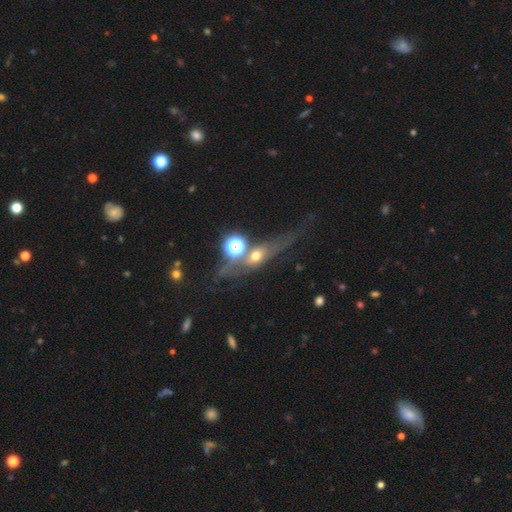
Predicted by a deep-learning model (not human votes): This appears to be a smooth galaxy with no disk features (38%). Merging: none (47%).